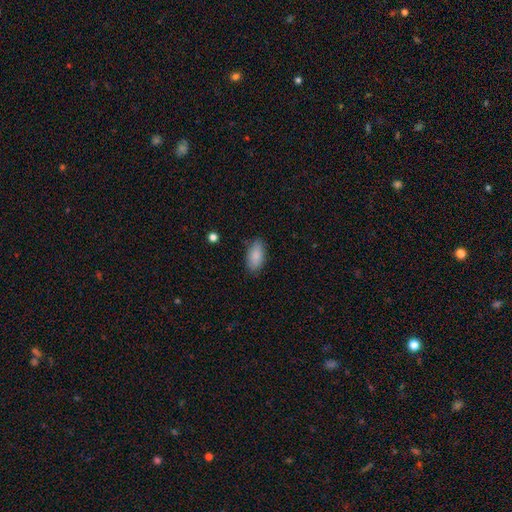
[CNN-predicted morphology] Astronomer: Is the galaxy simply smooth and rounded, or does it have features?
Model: smooth — 88%.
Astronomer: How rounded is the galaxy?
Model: in between — 92%.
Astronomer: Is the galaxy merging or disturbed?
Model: none — 82%.